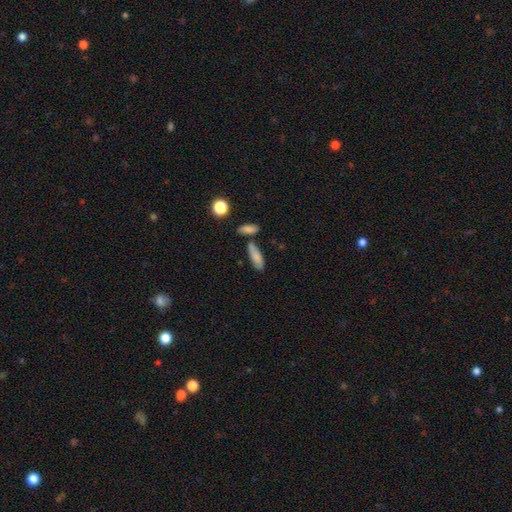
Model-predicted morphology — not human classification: Smooth or featured?
  - smooth: 81% *
  - featured or disk: 12%
  - star or artifact: 7%
How rounded?
  - in between: 63% *
  - cigar-shaped: 34%
  - round: 3%
Merging?
  - none: 66% *
  - minor disturbance: 15%
  - merger: 14%
  - major disturbance: 4%